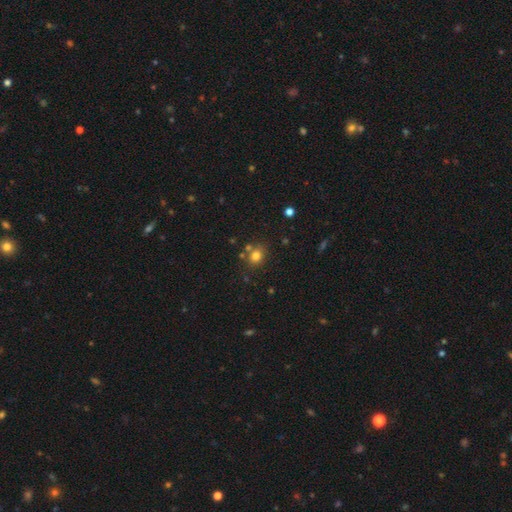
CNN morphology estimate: Smooth or featured?
  - smooth: 78% *
  - star or artifact: 14%
  - featured or disk: 8%
How rounded?
  - round: 66% *
  - in between: 34%
  - cigar-shaped: 1%
Merging?
  - none: 70% *
  - merger: 14%
  - minor disturbance: 12%
  - major disturbance: 4%